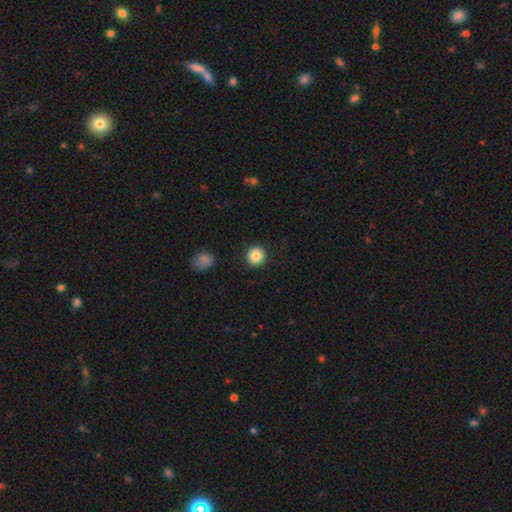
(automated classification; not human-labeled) smooth 85%, star or artifact 10%, featured or disk 6%. Down the decision tree: how rounded — round (94%); merging — none (91%).